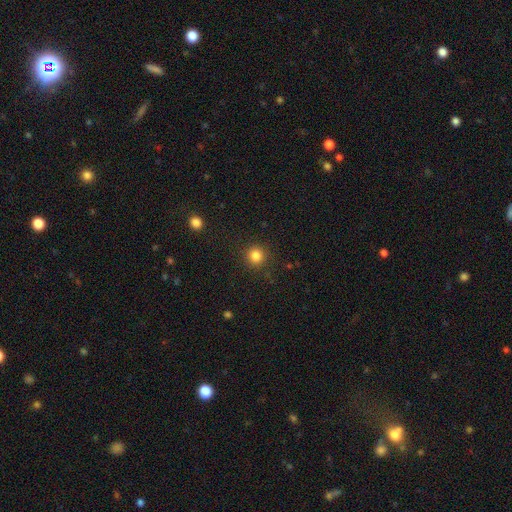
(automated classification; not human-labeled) Overall: smooth (84%). How rounded: round (92%). Merging: none (90%).